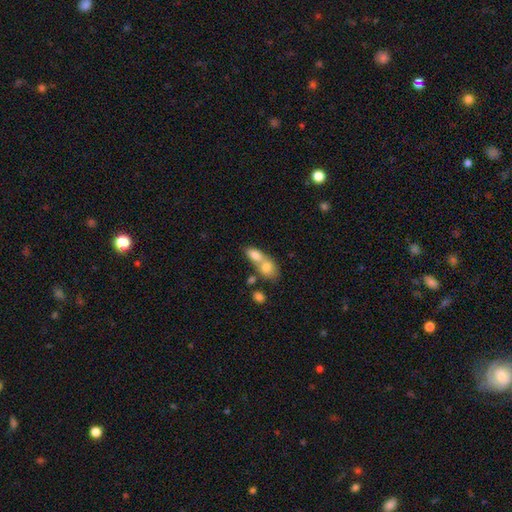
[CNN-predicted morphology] This appears to be a smooth galaxy with no disk features (76%) that is in between round and cigar-shaped (76%). Merging: merger (70%).